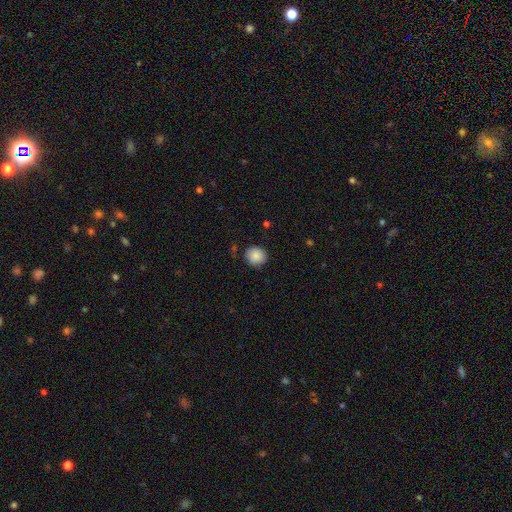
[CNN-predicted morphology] Smooth or featured? Predicted: smooth (p=0.87). How rounded? Predicted: round (p=0.86). Merging? Predicted: none (p=0.85).